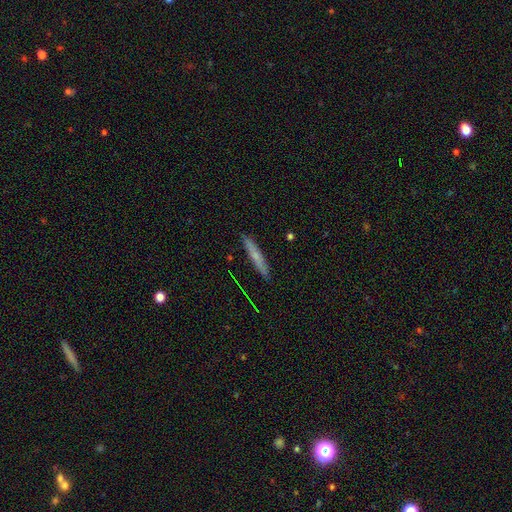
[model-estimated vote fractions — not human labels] This appears to be a smooth galaxy with no disk features (56%) that is cigar-shaped (94%). Merging: none (88%).